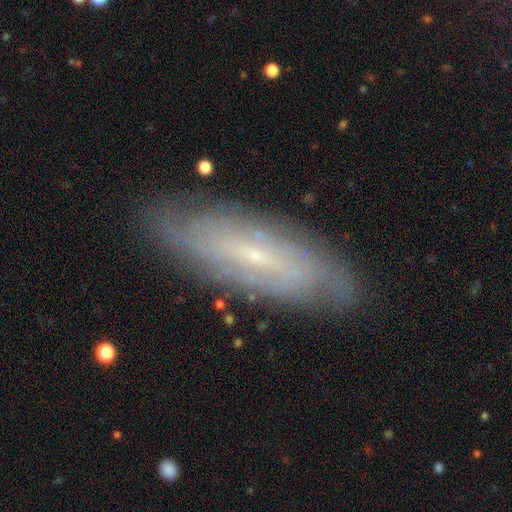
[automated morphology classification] type=featured or disk (70%); edge-on=no (76%); bar=weak (43%); spiral arms=yes (82%); bulge=small (81%); merging=none (83%).